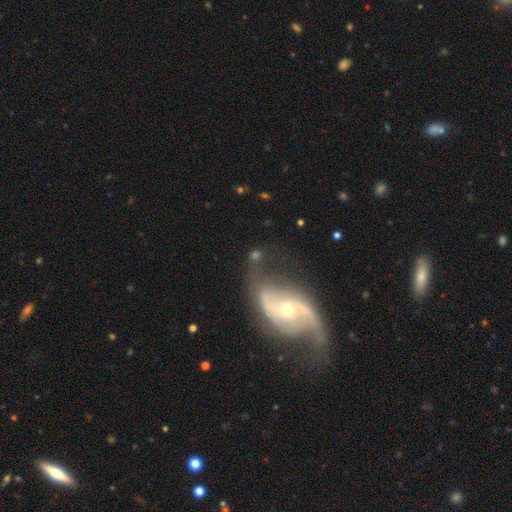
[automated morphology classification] Smooth or featured? featured or disk (72%)
Edge-on disk? no (94%)
Bar? no (51%)
Spiral arms? yes (85%)
Spiral winding? loose (53%)
Spiral arm count? 2 (83%)
Bulge size? small (48%)
Merging? none (51%)